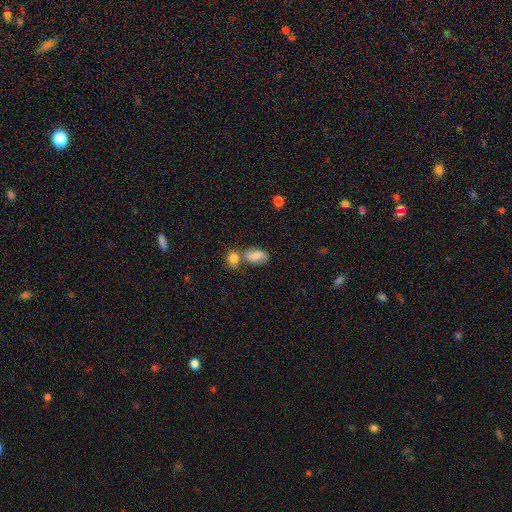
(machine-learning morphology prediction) Smooth or featured?
  - smooth: 76% *
  - featured or disk: 16%
  - star or artifact: 9%
How rounded?
  - in between: 87% *
  - round: 9%
  - cigar-shaped: 3%
Merging?
  - merger: 42% *
  - none: 39%
  - minor disturbance: 14%
  - major disturbance: 5%